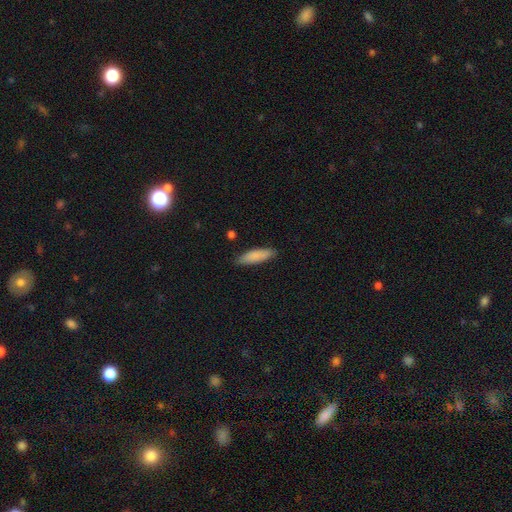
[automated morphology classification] smooth 85%, featured or disk 9%, star or artifact 6%. Down the decision tree: how rounded — cigar-shaped (61%); merging — none (85%).